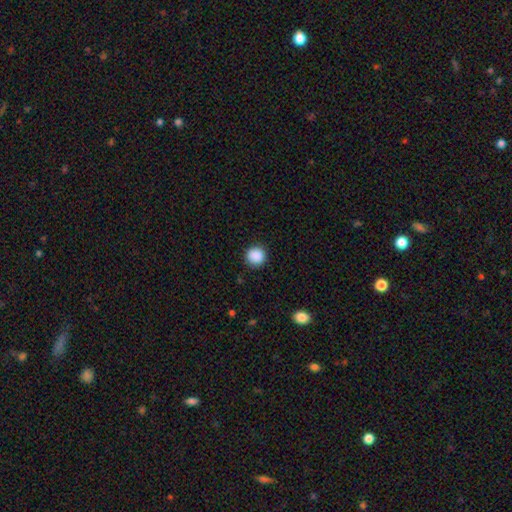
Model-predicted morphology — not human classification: smooth_or_featured: smooth (p=0.89) [alt: star or artifact p=0.09]
how_rounded: round (p=0.93) [alt: in between p=0.07]
merging: none (p=0.90) [alt: minor disturbance p=0.07]